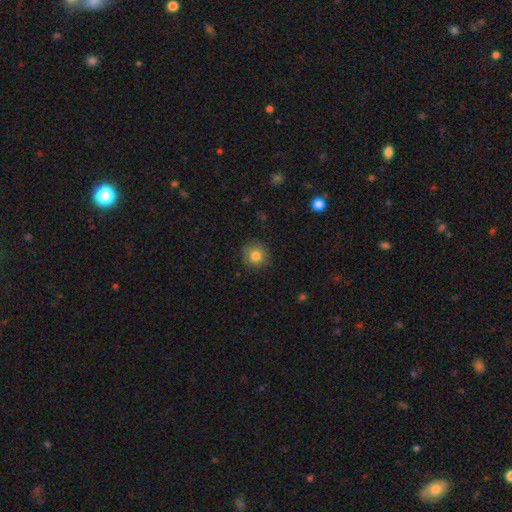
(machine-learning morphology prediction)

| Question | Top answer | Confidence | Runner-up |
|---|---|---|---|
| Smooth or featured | smooth | 81% | star or artifact (10%) |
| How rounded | round | 92% | in between (7%) |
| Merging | none | 86% | minor disturbance (10%) |